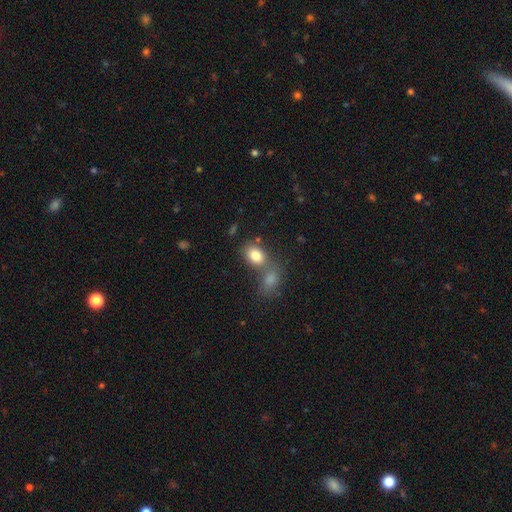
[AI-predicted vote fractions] This is clearly a smooth galaxy (82%). How rounded: likely in between (78%). Merging: possibly none (45%).